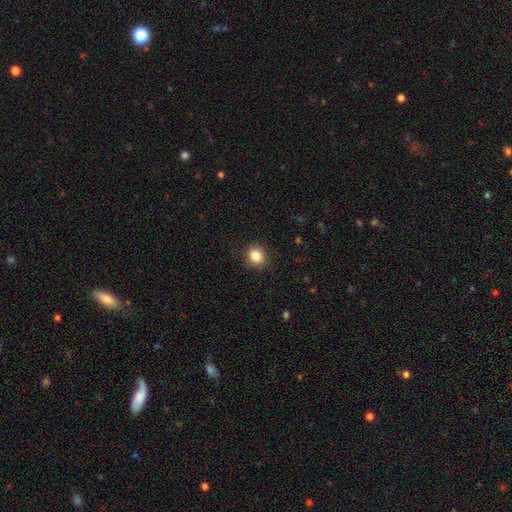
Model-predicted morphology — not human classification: Overall: smooth (86%). How rounded: round (72%). Merging: none (85%).